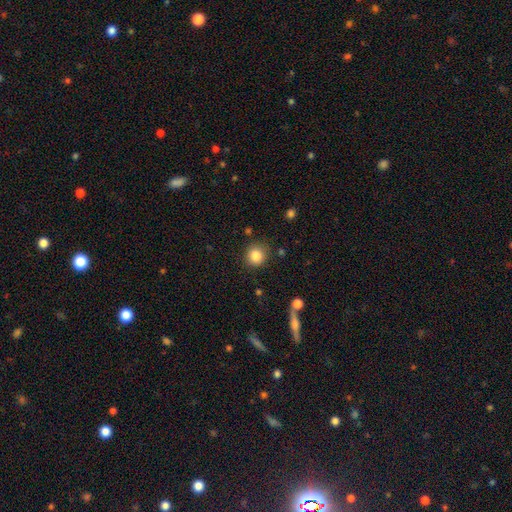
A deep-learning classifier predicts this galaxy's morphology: Smooth or featured? Predicted: smooth (p=0.85). How rounded? Predicted: round (p=0.88). Merging? Predicted: none (p=0.84).